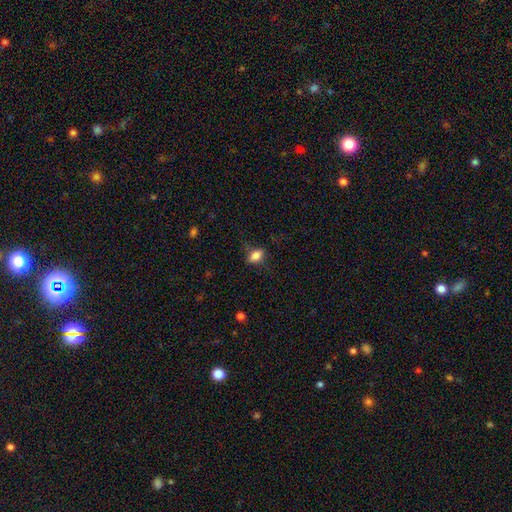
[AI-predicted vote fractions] A smooth galaxy with no disk features (82%) that is in between round and cigar-shaped (80%). Merging: none (75%).